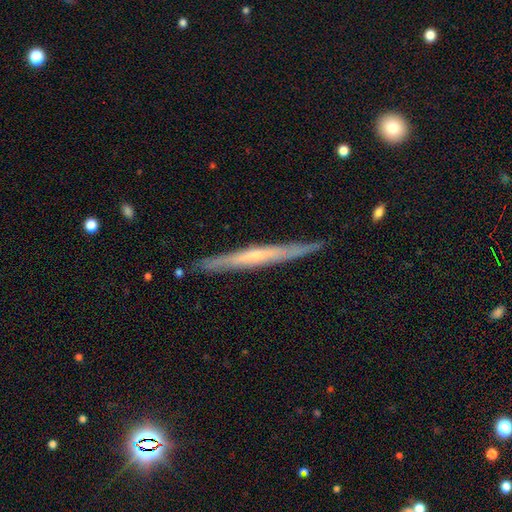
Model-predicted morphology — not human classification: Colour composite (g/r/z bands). It shows a featured or disk galaxy (65%) viewed edge-on (95%) with no central bulge (60%). Merging: none (88%).